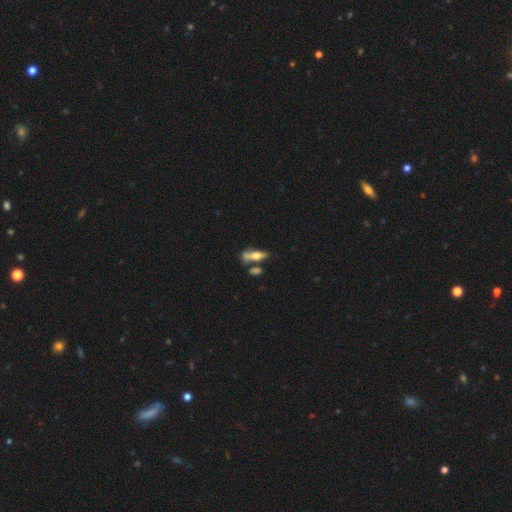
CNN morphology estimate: Smooth or featured? Predicted: smooth (p=0.53). How rounded? Predicted: in between (p=0.48, tied with cigar-shaped). Merging? Predicted: none (p=0.52).